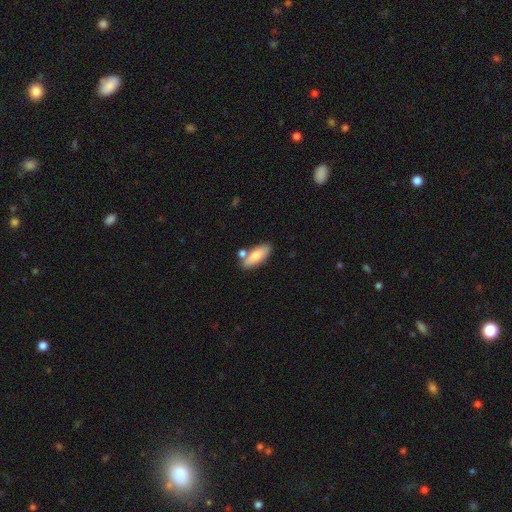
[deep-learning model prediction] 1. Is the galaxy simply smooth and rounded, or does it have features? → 78% smooth, 16% featured or disk, 6% star or artifact.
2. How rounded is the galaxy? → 73% in between, 24% cigar-shaped, 3% round.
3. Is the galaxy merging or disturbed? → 66% none, 17% merger, 13% minor disturbance, 4% major disturbance.